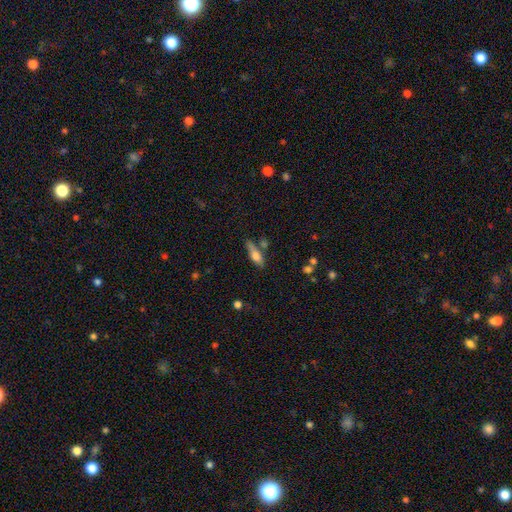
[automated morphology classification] This appears to be a smooth galaxy with no disk features (63%) that is in between round and cigar-shaped (51%). Merging: none (58%).